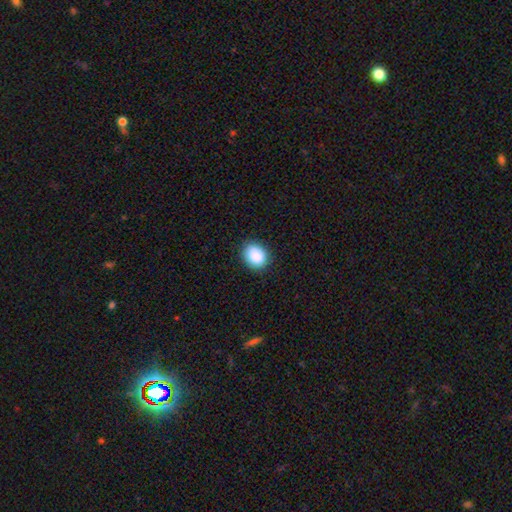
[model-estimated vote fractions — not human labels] This is clearly a smooth galaxy (89%). How rounded: possibly round (50%). Merging: clearly none (88%).